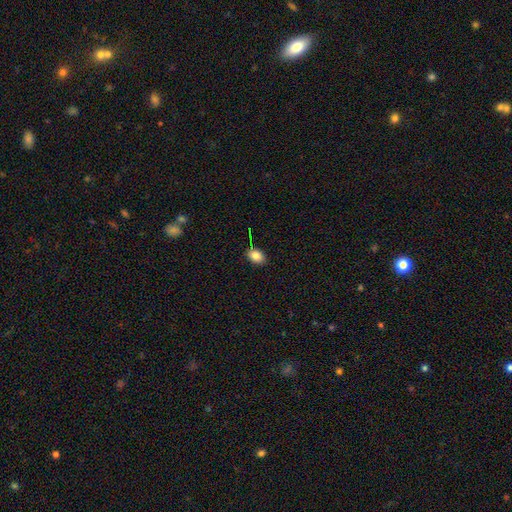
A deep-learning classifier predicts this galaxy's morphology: A smooth galaxy with no disk features (83%) that is in between round and cigar-shaped (76%).

Vote fractions:
- Smooth or featured? smooth: 83% / star or artifact: 10% / featured or disk: 8%
- How rounded? in between: 76% / round: 22% / cigar-shaped: 1%
- Merging? none: 83% / minor disturbance: 13% / major disturbance: 2% / merger: 2%